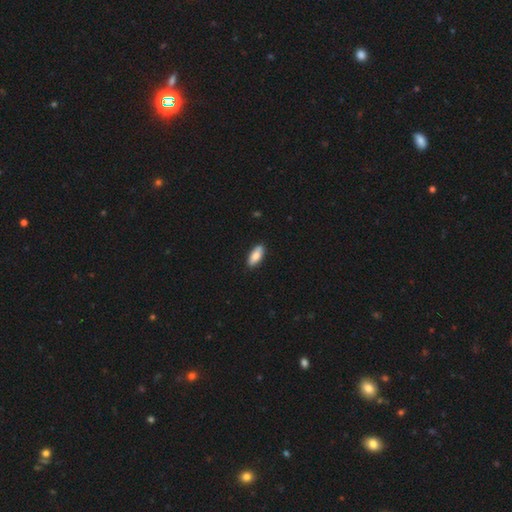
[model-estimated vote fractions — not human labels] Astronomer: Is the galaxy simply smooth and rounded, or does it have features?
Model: smooth — 80%.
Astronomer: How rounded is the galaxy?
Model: in between — 80%.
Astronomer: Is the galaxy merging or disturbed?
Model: none — 88%.